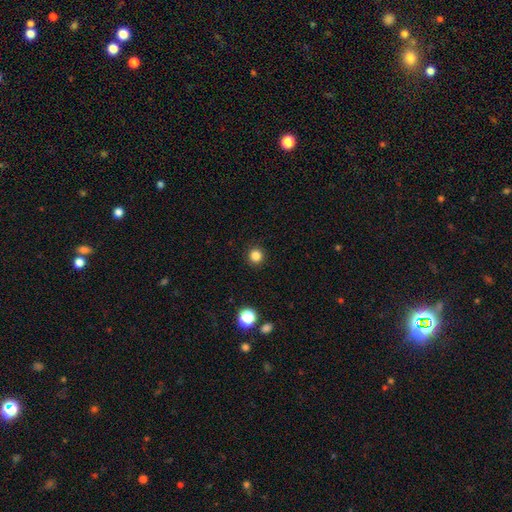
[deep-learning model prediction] A smooth galaxy with no disk features (84%) that is round (95%).

Vote fractions:
- Smooth or featured? smooth: 84% / star or artifact: 13% / featured or disk: 4%
- How rounded? round: 95% / in between: 4% / cigar-shaped: 1%
- Merging? none: 92% / minor disturbance: 5% / major disturbance: 2% / merger: 1%